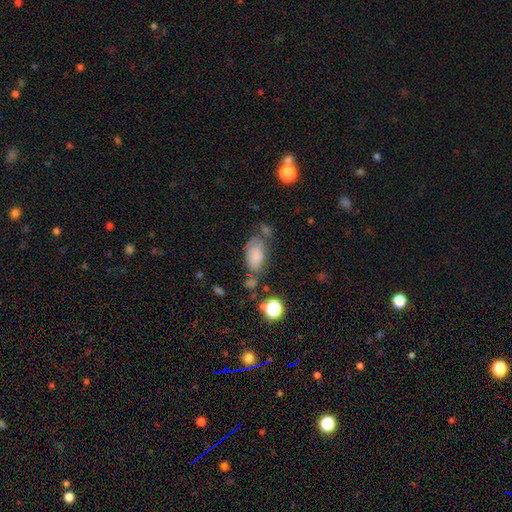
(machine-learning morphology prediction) type=smooth (75%); roundness=in between (91%); merging=none (44%).